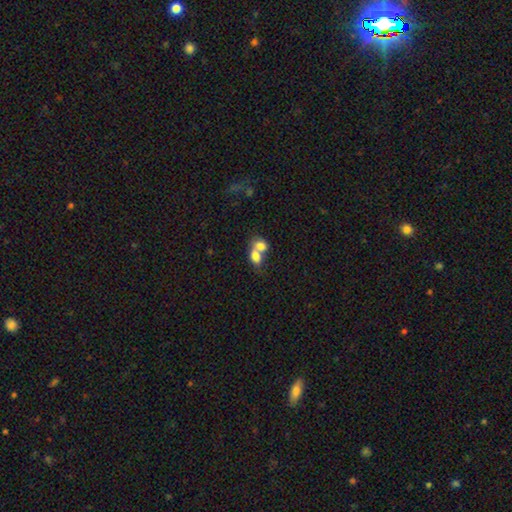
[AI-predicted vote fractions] A smooth galaxy with no disk features (75%) that is in between round and cigar-shaped (73%).

Vote fractions:
- Smooth or featured? smooth: 75% / featured or disk: 16% / star or artifact: 9%
- How rounded? in between: 73% / round: 26% / cigar-shaped: 2%
- Merging? merger: 72% / none: 18% / minor disturbance: 6% / major disturbance: 4%